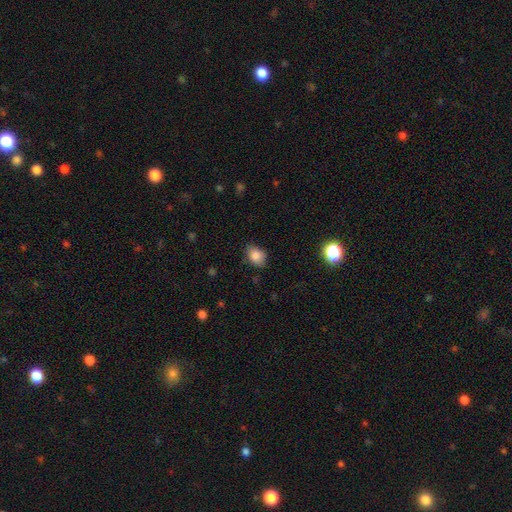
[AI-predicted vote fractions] Overall: smooth (85%). How rounded: in between (67%; round 32%). Merging: none (77%).